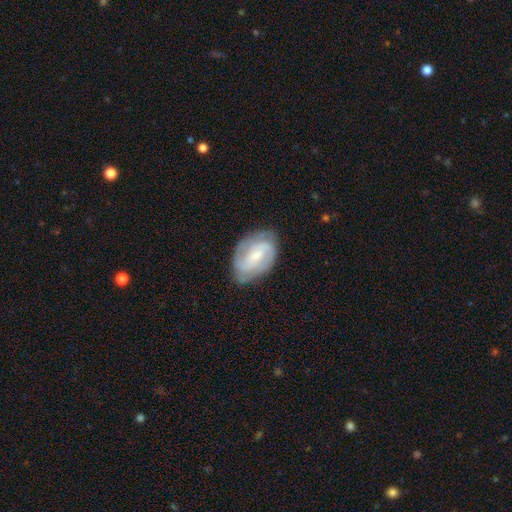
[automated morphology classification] featured or disk 76%, smooth 18%, star or artifact 6%. Down the decision tree: edge-on disk — no (97%); bar — weak (48%); spiral arms — yes (92%); spiral arm count — 2 (62%); spiral winding — medium (43%); bulge size — small (61%); merging — none (73%).